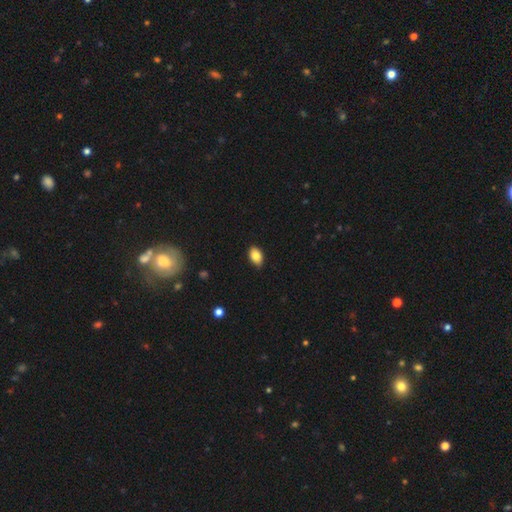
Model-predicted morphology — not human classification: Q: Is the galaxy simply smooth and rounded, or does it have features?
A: smooth — 84%.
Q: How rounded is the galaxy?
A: in between — 90%.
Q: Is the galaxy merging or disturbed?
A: none — 86%.